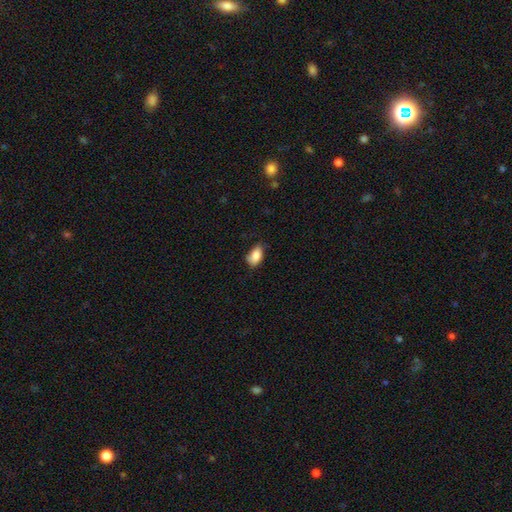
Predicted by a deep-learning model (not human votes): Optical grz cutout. It shows a smooth galaxy with no disk features (85%) that is in between round and cigar-shaped (89%). Merging: none (57%).